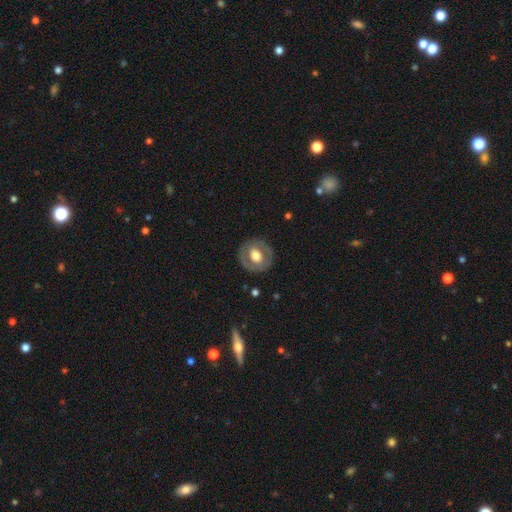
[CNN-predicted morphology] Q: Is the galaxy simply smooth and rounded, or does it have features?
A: smooth — 47%.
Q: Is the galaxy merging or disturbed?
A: none — 84%.